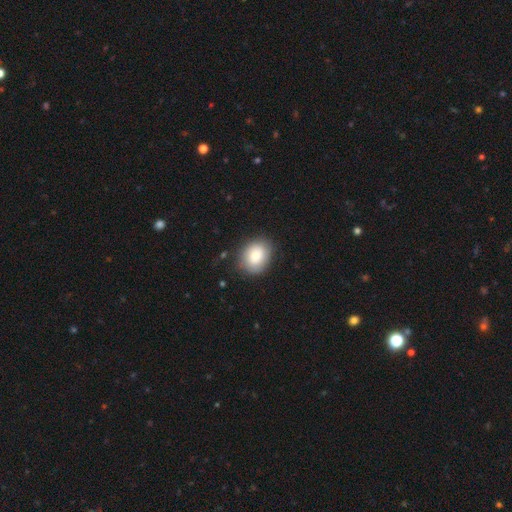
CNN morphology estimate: Smooth or featured: smooth — 80% (featured or disk — 13%)
How rounded: in between — 51% (round — 48%)
Merging: none — 81% (minor disturbance — 14%)